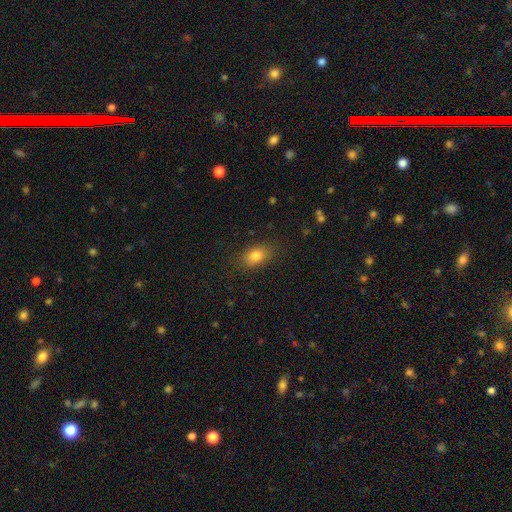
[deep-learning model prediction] Q: Smooth or featured?
A: smooth (82%); runner-up: star or artifact (10%)
Q: How rounded?
A: in between (84%); runner-up: round (13%)
Q: Merging?
A: none (82%); runner-up: minor disturbance (13%)